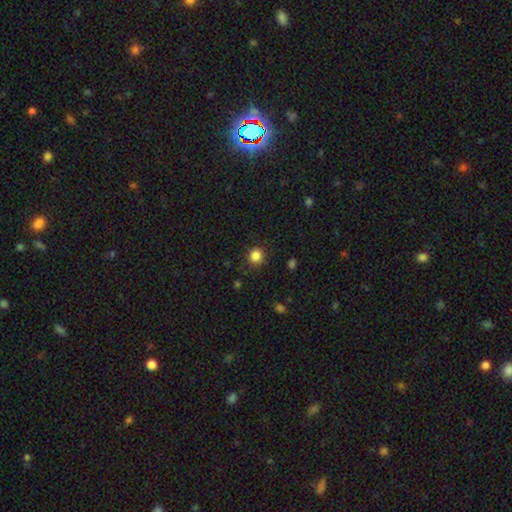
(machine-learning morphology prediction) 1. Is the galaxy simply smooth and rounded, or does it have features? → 85% smooth, 12% star or artifact, 4% featured or disk.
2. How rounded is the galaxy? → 88% round, 11% in between, 1% cigar-shaped.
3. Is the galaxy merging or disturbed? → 86% none, 9% minor disturbance, 3% major disturbance, 1% merger.